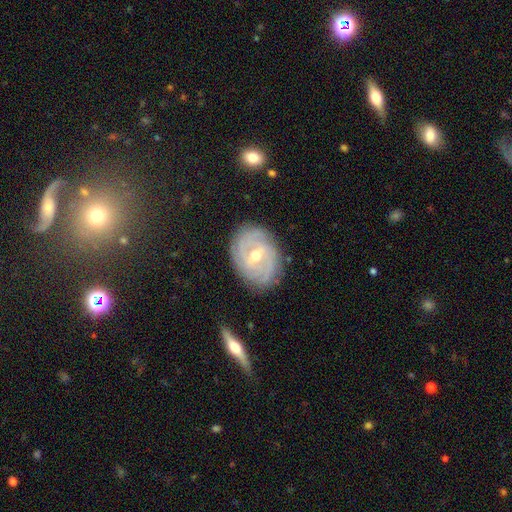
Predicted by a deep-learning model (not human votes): Q: Smooth or featured?
A: featured or disk (85%); runner-up: smooth (9%)
Q: Edge-on disk?
A: no (96%); runner-up: yes (4%)
Q: Bar?
A: weak (54%); runner-up: strong (25%)
Q: Spiral arms?
A: yes (95%); runner-up: no (5%)
Q: Spiral winding?
A: tight (70%); runner-up: medium (24%)
Q: Spiral arm count?
A: can't tell (27%); runner-up: 3 (25%)
Q: Bulge size?
A: moderate (64%); runner-up: small (32%)
Q: Merging?
A: none (81%); runner-up: minor disturbance (14%)